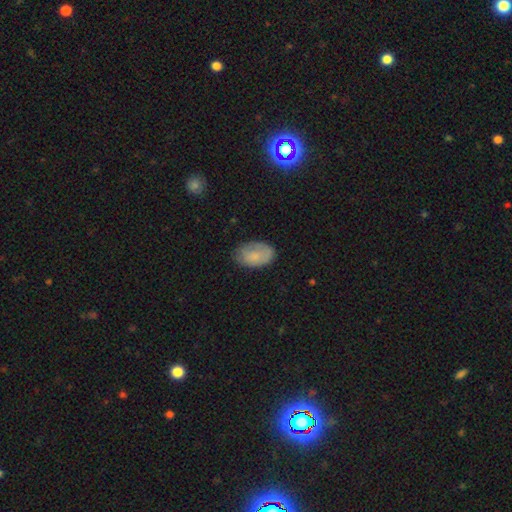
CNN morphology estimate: Smooth or featured? smooth (73%)
How rounded? in between (90%)
Merging? none (69%)